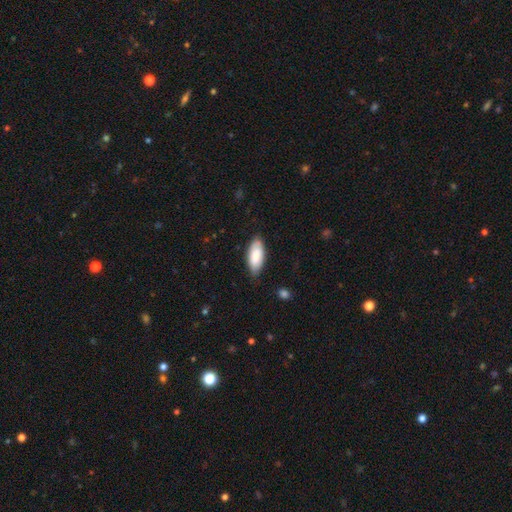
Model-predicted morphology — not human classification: Q: Smooth or featured?
A: smooth (85%); runner-up: featured or disk (9%)
Q: How rounded?
A: in between (86%); runner-up: cigar-shaped (12%)
Q: Merging?
A: none (79%); runner-up: minor disturbance (17%)